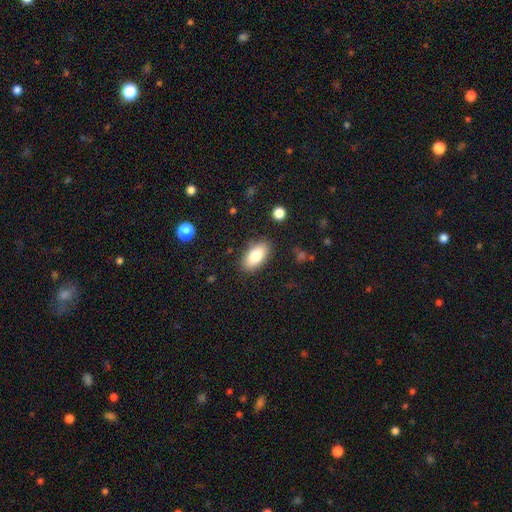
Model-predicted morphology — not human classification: Smooth or featured? smooth (81%)
How rounded? in between (92%)
Merging? none (85%)